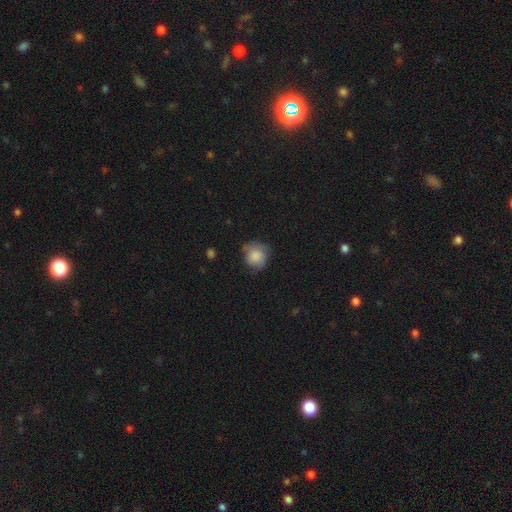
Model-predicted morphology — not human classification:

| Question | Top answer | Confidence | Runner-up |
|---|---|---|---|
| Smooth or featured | smooth | 77% | featured or disk (15%) |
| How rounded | round | 83% | in between (16%) |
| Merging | none | 57% | minor disturbance (31%) |